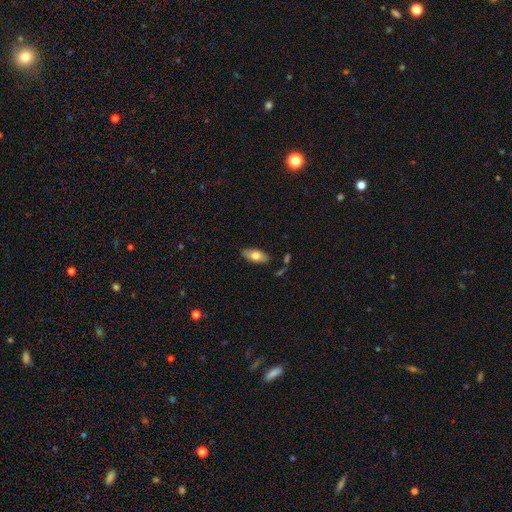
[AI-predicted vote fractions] Q: Smooth or featured?
A: smooth (72%); runner-up: featured or disk (22%)
Q: How rounded?
A: in between (88%); runner-up: cigar-shaped (9%)
Q: Merging?
A: none (83%); runner-up: minor disturbance (12%)